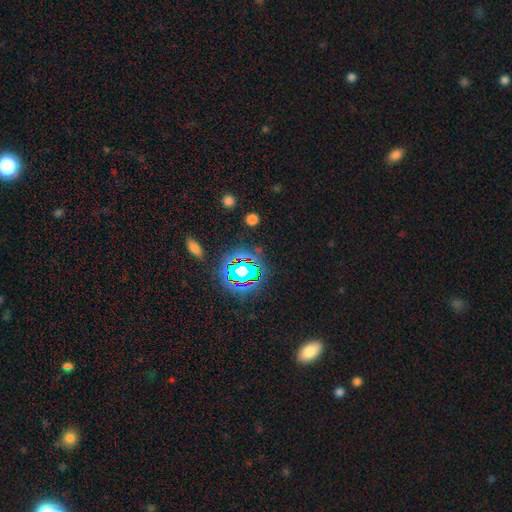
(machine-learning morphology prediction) A star or artifact, not a galaxy (76%).